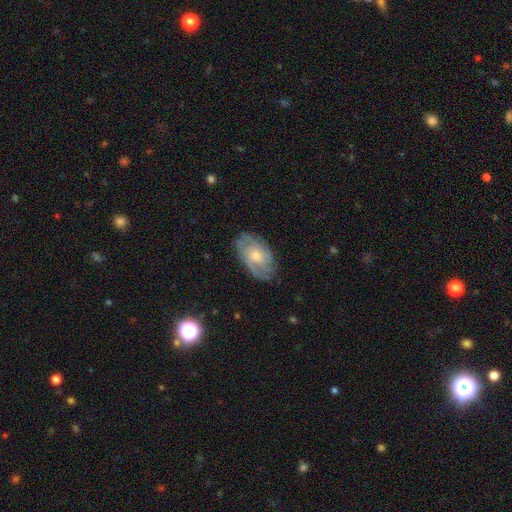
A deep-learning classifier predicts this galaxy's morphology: A featured or disk galaxy (67%) with no bar (74%), tight (52%) spiral arms (86%) and a moderate central bulge (54%). Merging: none (76%).